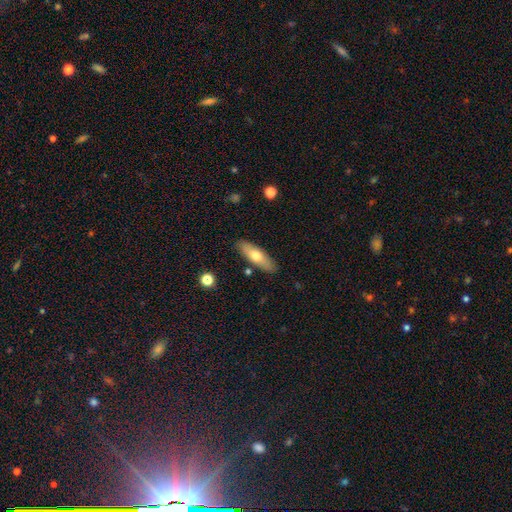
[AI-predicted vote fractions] Smooth or featured: smooth — 62% (featured or disk — 32%)
How rounded: in between — 52% (cigar-shaped — 46%)
Merging: none — 86% (minor disturbance — 10%)